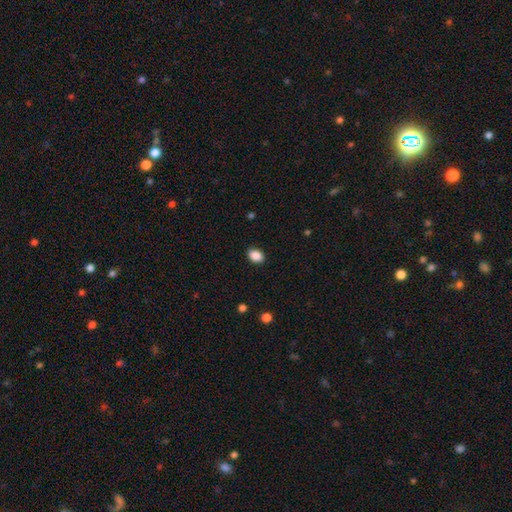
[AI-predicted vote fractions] Smooth or featured? Predicted: smooth (p=0.89). How rounded? Predicted: in between (p=0.78). Merging? Predicted: none (p=0.88).